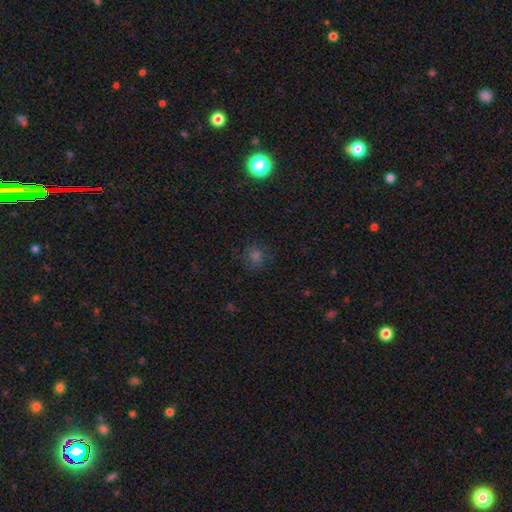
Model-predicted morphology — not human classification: Overall: smooth (64%; star or artifact 28%). How rounded: round (89%). Merging: none (84%).